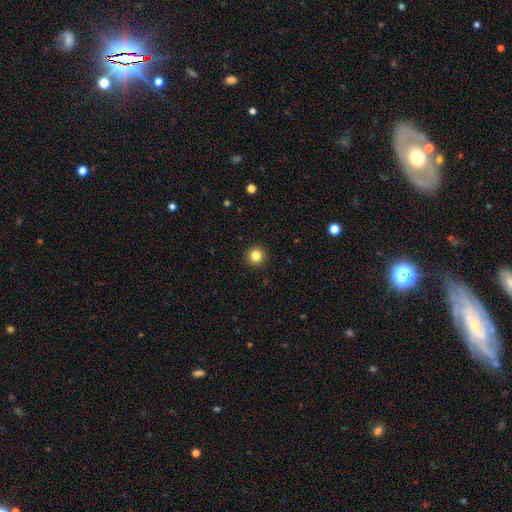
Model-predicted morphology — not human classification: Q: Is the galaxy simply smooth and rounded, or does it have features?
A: smooth — 84%.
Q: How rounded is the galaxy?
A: round — 94%.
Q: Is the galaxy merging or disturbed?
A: none — 92%.